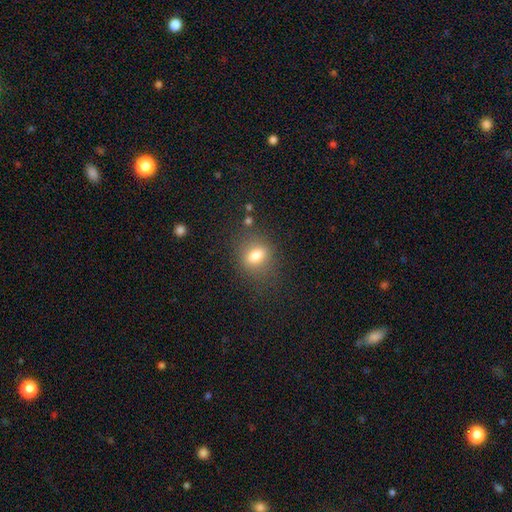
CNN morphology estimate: Smooth or featured? Predicted: smooth (p=0.77). How rounded? Predicted: in between (p=0.56). Merging? Predicted: none (p=0.77).